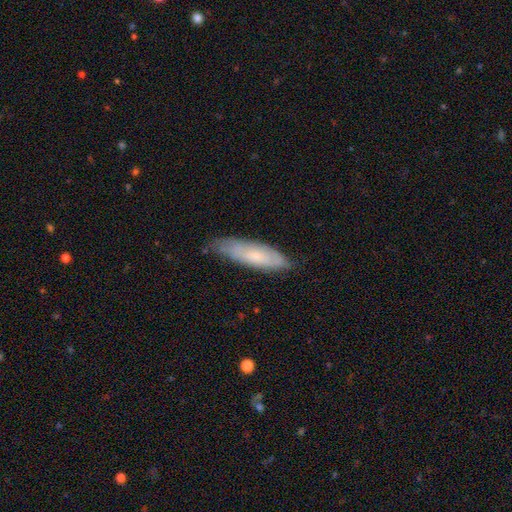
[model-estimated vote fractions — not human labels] This appears to be a smooth galaxy with no disk features (54%) that is cigar-shaped (60%). Merging: none (67%).